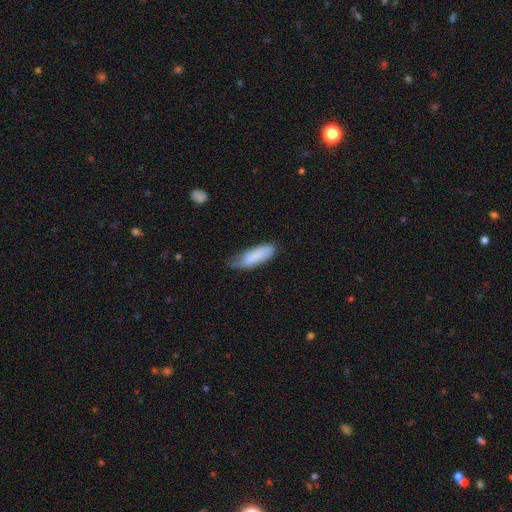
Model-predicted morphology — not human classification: smooth_or_featured: smooth (p=0.82) [alt: featured or disk p=0.12]
how_rounded: in between (p=0.56) [alt: cigar-shaped p=0.42]
merging: none (p=0.46) [alt: minor disturbance p=0.41]